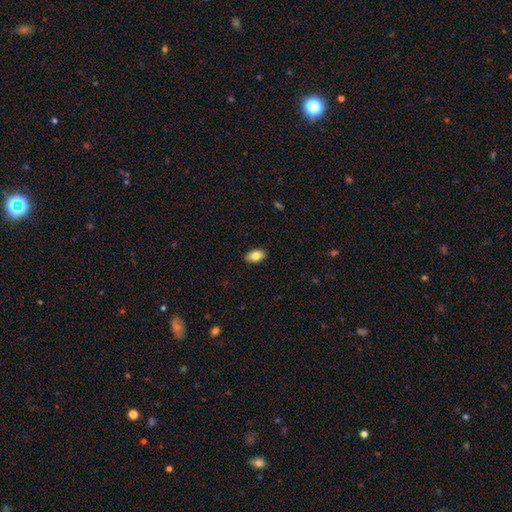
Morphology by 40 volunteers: Smooth or featured? 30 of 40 (75%) said smooth. How rounded? 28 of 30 (93%) said in between. Merging? 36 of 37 (97%) said none.